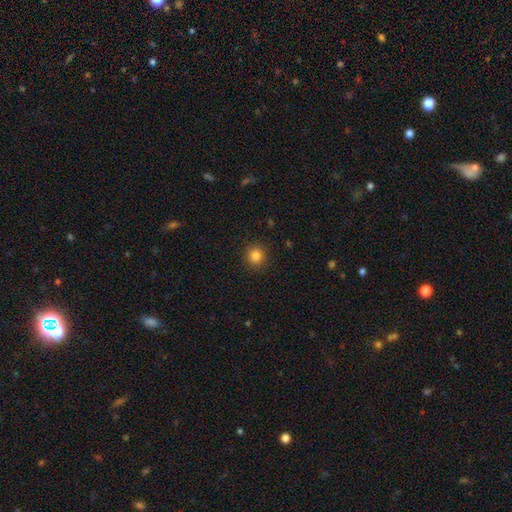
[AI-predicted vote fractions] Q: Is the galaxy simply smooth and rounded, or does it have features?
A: smooth — 84%.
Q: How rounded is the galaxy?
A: round — 91%.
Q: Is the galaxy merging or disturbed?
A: none — 90%.